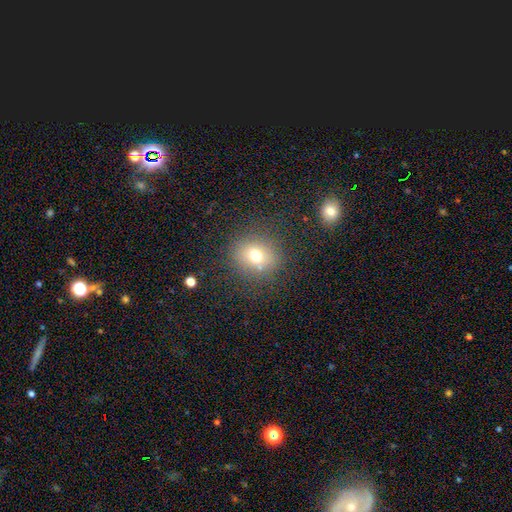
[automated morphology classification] This appears to be a smooth galaxy with no disk features (70%) that is round (79%). Merging: none (80%).